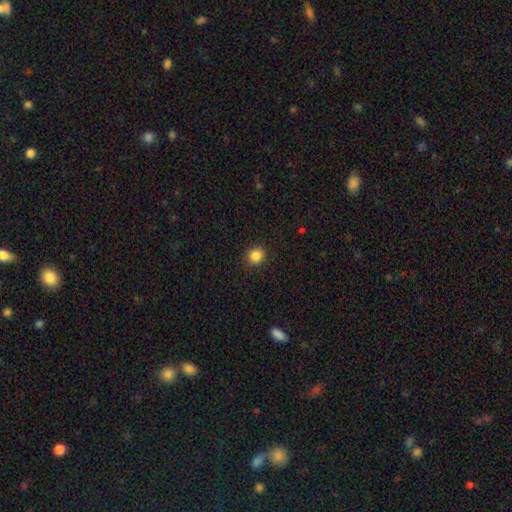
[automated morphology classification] type=smooth (86%); roundness=round (88%); merging=none (90%).